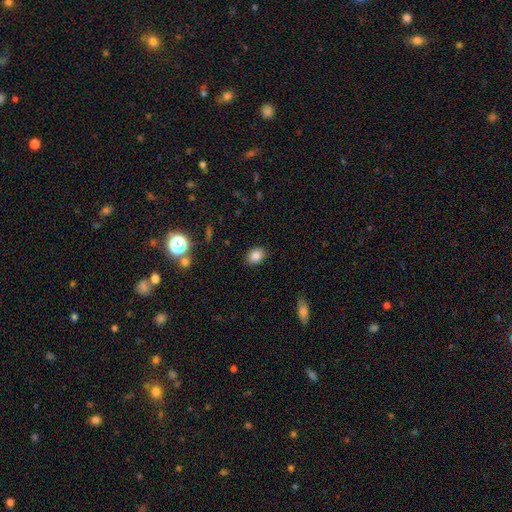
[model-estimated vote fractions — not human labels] smooth 84%, star or artifact 11%, featured or disk 6%. Down the decision tree: how rounded — in between (62%); merging — none (87%).